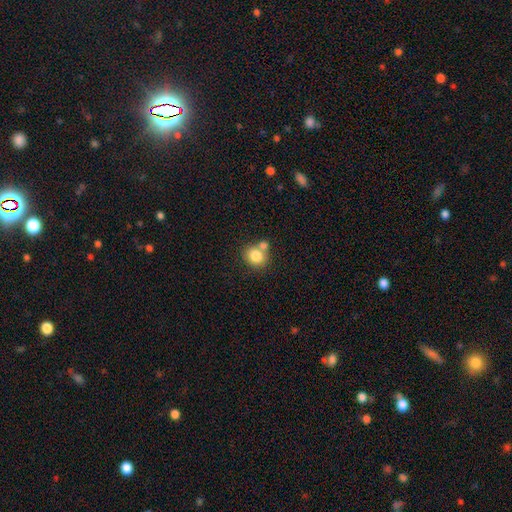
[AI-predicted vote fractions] smooth 82%, star or artifact 10%, featured or disk 8%. Down the decision tree: how rounded — round (73%); merging — none (53%).